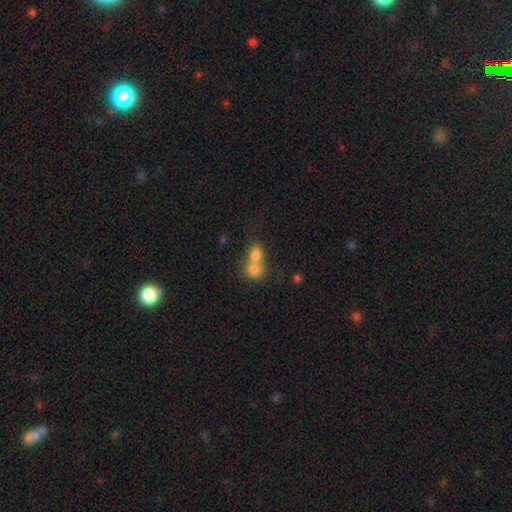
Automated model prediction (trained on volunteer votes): Q: Smooth or featured?
A: smooth (76%); runner-up: featured or disk (13%)
Q: How rounded?
A: in between (50%); runner-up: round (48%)
Q: Merging?
A: merger (71%); runner-up: none (21%)